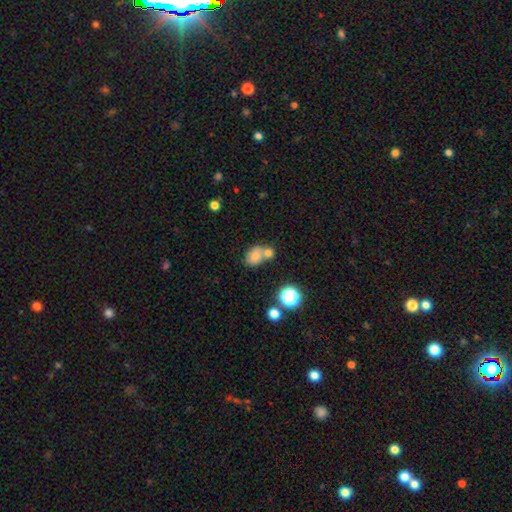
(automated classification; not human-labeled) Smooth or featured? Predicted: smooth (p=0.74). How rounded? Predicted: in between (p=0.61). Merging? Predicted: merger (p=0.48).